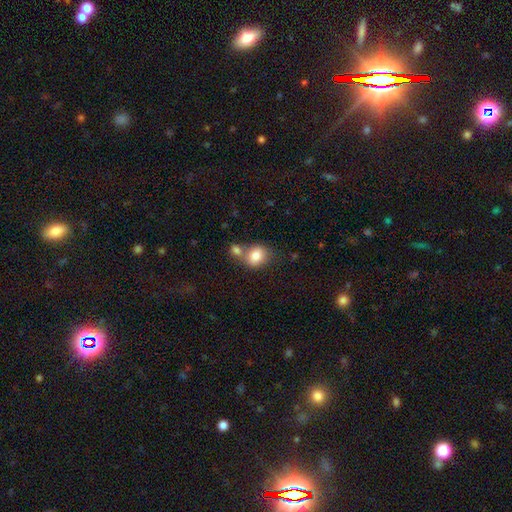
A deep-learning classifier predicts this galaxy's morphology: This is clearly a smooth galaxy (83%). How rounded: possibly round (53%). Merging: marginally none (42%).